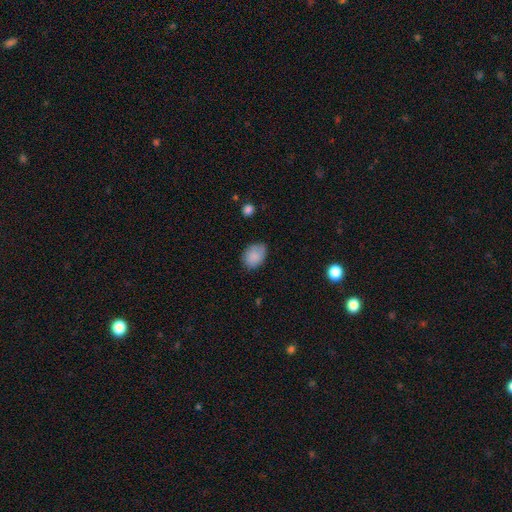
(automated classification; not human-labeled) Smooth or featured?
  - smooth: 87% *
  - star or artifact: 8%
  - featured or disk: 6%
How rounded?
  - in between: 72% *
  - round: 27%
  - cigar-shaped: 1%
Merging?
  - none: 71% *
  - minor disturbance: 23%
  - major disturbance: 4%
  - merger: 1%